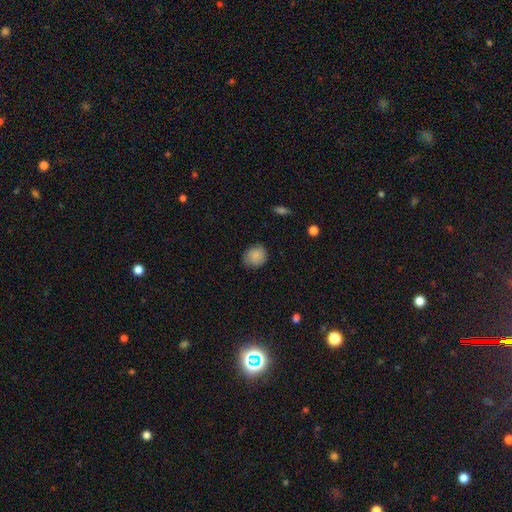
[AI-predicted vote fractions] Overall: smooth (85%). How rounded: round (76%). Merging: none (77%).